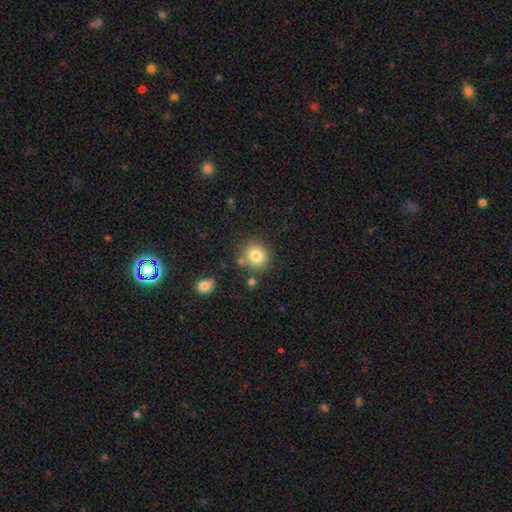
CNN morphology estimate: Smooth or featured? smooth (81%)
How rounded? round (85%)
Merging? none (78%)